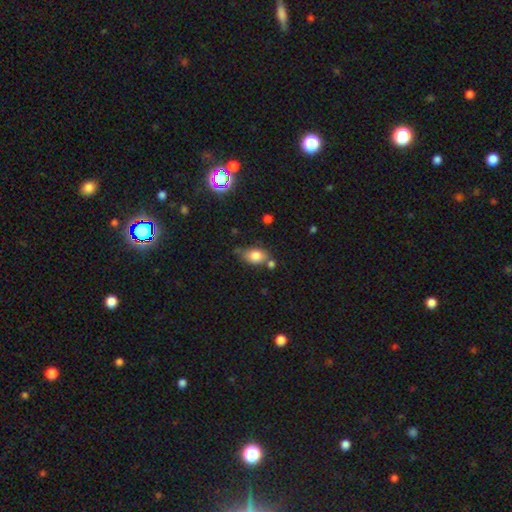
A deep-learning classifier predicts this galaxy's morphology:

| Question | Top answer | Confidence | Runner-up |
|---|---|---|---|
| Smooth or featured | smooth | 80% | featured or disk (10%) |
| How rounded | in between | 79% | round (19%) |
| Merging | none | 58% | minor disturbance (22%) |